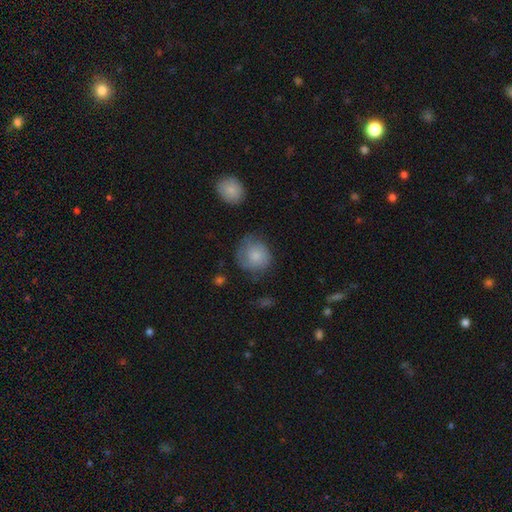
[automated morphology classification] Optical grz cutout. It shows a smooth galaxy with no disk features (73%) that is round (84%). Merging: none (58%).